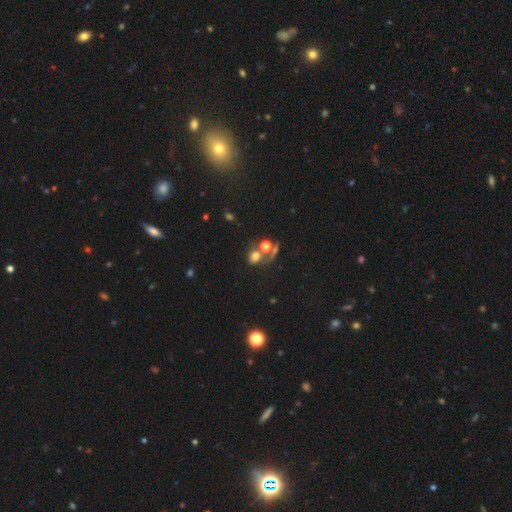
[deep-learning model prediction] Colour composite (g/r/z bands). It shows a smooth galaxy with no disk features (64%) that is round (66%). Merging: none (43%).